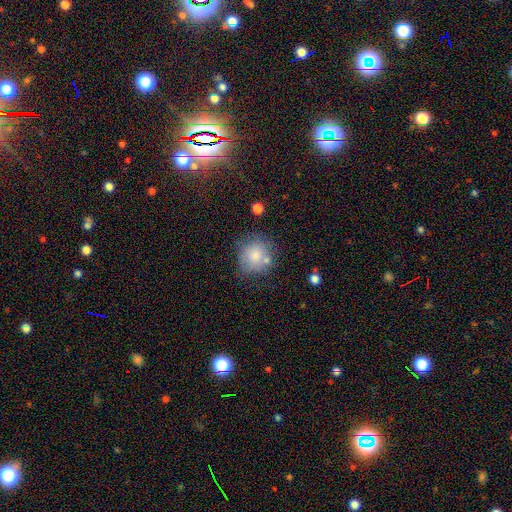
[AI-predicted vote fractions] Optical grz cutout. It shows a smooth galaxy with no disk features (73%) that is round (86%). Merging: none (59%).